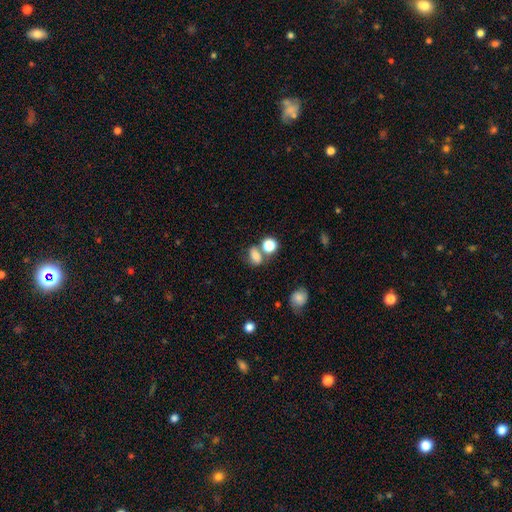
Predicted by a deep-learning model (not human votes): Q: Smooth or featured?
A: smooth (73%); runner-up: featured or disk (14%)
Q: How rounded?
A: in between (66%); runner-up: round (31%)
Q: Merging?
A: none (45%); runner-up: merger (33%)